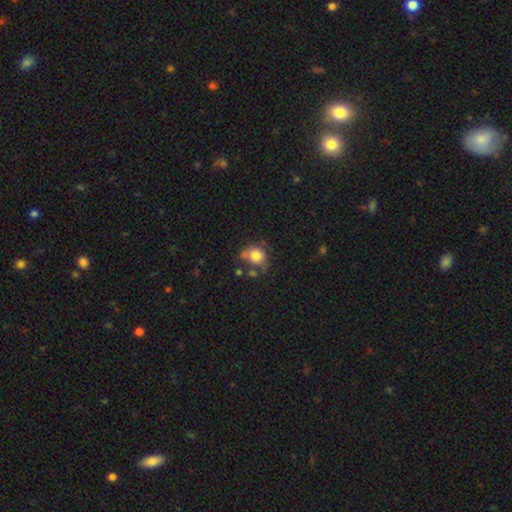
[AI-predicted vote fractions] Smooth or featured? Predicted: smooth (p=0.77). How rounded? Predicted: round (p=0.60). Merging? Predicted: none (p=0.42).